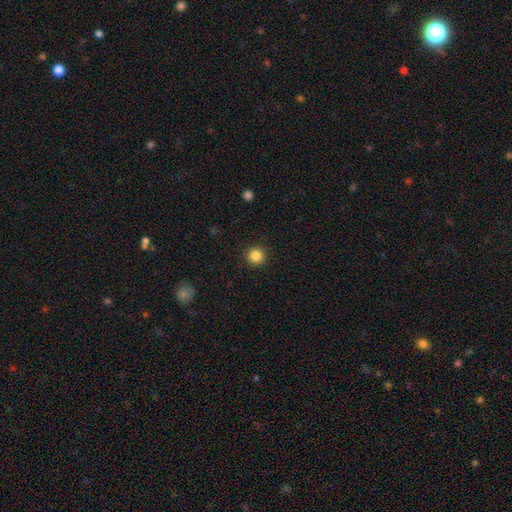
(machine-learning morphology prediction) type=smooth (84%); roundness=round (95%); merging=none (92%).